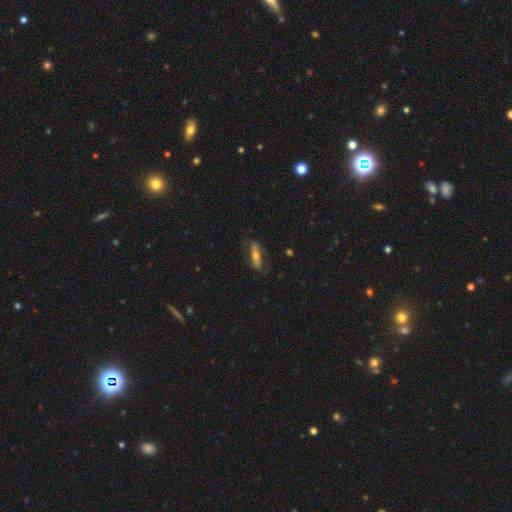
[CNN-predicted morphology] Q: Smooth or featured?
A: featured or disk (50%); runner-up: smooth (42%)
Q: Edge-on disk?
A: yes (59%); runner-up: no (41%)
Q: Merging?
A: none (73%); runner-up: minor disturbance (18%)